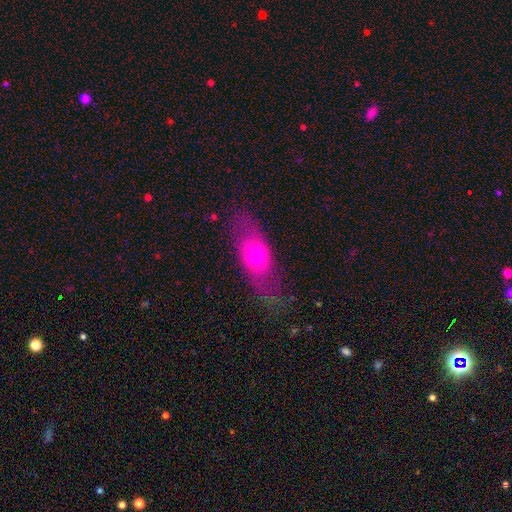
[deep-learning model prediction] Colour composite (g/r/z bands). It shows a smooth galaxy with no disk features (53%) that is in between round and cigar-shaped (69%). Merging: none (70%).